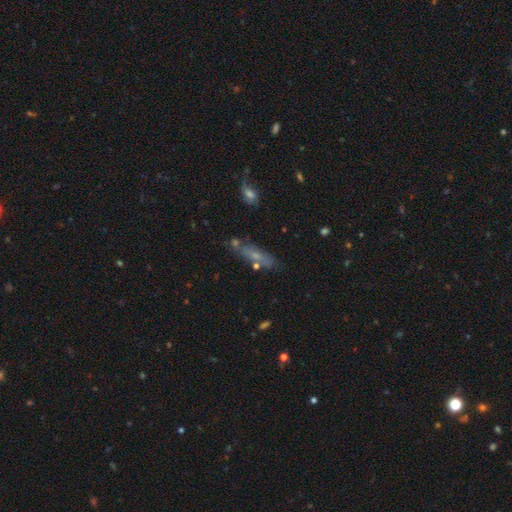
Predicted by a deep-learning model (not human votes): smooth 49%, featured or disk 37%, star or artifact 14%. Down the decision tree: merging — none (70%).